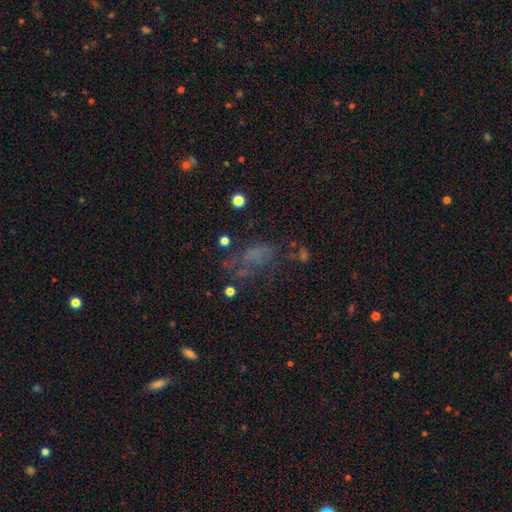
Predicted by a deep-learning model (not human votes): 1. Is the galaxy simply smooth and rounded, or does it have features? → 41% smooth, 33% featured or disk, 26% star or artifact.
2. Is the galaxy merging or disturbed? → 42% none, 31% major disturbance, 21% minor disturbance, 6% merger.